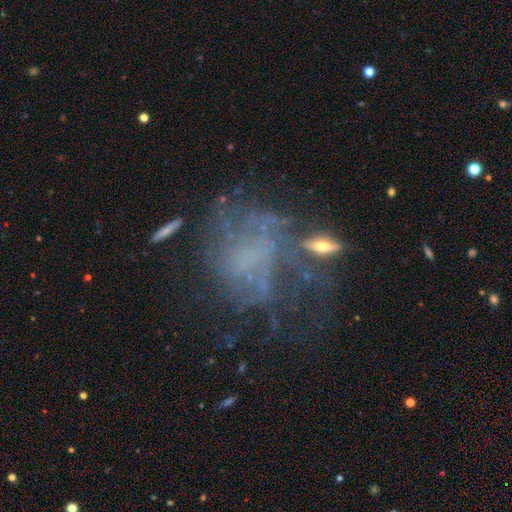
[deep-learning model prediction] Smooth or featured?
  - featured or disk: 58% *
  - star or artifact: 24%
  - smooth: 18%
Edge-on disk?
  - no: 97% *
  - yes: 3%
Bar?
  - no: 77% *
  - weak: 17%
  - strong: 6%
Spiral arms?
  - no: 59% *
  - yes: 41%
Bulge size?
  - none: 74% *
  - small: 13%
  - moderate: 8%
  - large: 3%
  - dominant: 2%
Merging?
  - major disturbance: 37% *
  - none: 36%
  - minor disturbance: 17%
  - merger: 10%